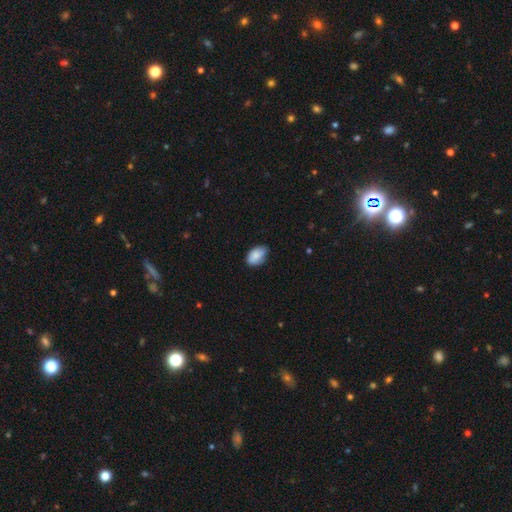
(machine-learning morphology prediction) Smooth or featured?
  - smooth: 83% *
  - featured or disk: 10%
  - star or artifact: 7%
How rounded?
  - in between: 89% *
  - round: 9%
  - cigar-shaped: 1%
Merging?
  - none: 59% *
  - minor disturbance: 34%
  - major disturbance: 5%
  - merger: 1%